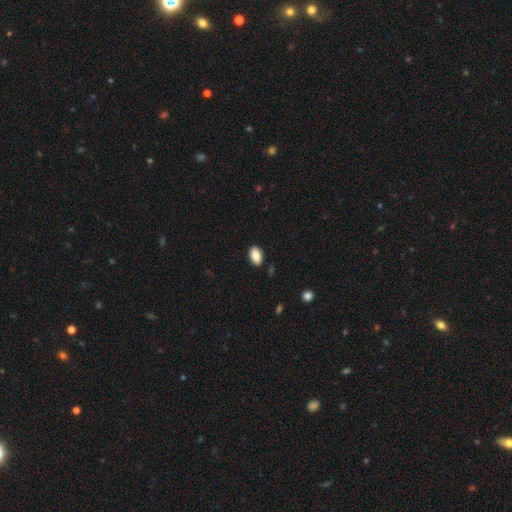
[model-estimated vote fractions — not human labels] A smooth galaxy with no disk features (88%) that is in between round and cigar-shaped (91%).

Vote fractions:
- Smooth or featured? smooth: 88% / star or artifact: 7% / featured or disk: 5%
- How rounded? in between: 91% / round: 7% / cigar-shaped: 1%
- Merging? none: 88% / minor disturbance: 9% / major disturbance: 2% / merger: 1%